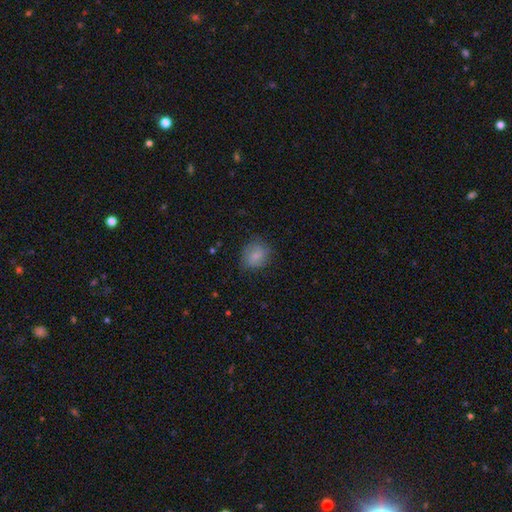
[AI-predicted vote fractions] Q: Smooth or featured?
A: smooth (77%); runner-up: featured or disk (15%)
Q: How rounded?
A: round (69%); runner-up: in between (30%)
Q: Merging?
A: none (73%); runner-up: minor disturbance (20%)